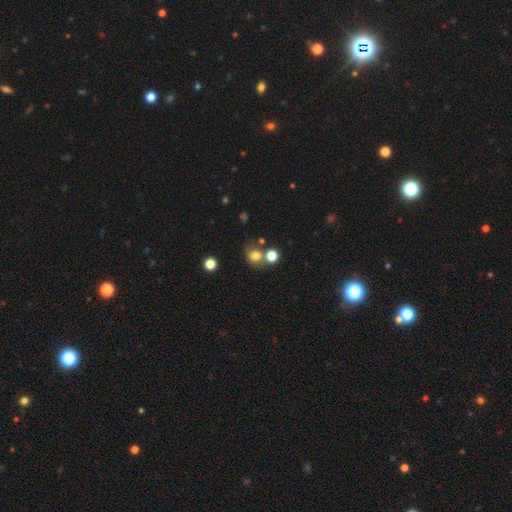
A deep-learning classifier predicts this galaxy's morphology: Smooth or featured? Predicted: smooth (p=0.75). How rounded? Predicted: round (p=0.74). Merging? Predicted: none (p=0.55).